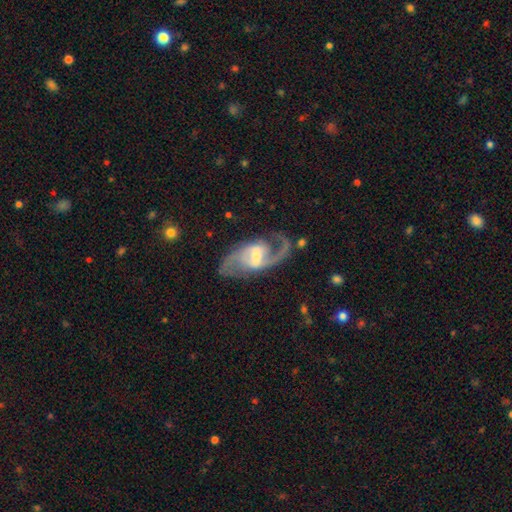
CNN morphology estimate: Overall: featured or disk (91%). Edge-on disk: no (97%). Bar: weak (52%; strong 32%). Spiral arms: yes (97%). Spiral arm count: 2 (92%). Spiral winding: medium (56%; loose 30%). Bulge size: small (47%; moderate 41%). Merging: none (76%).